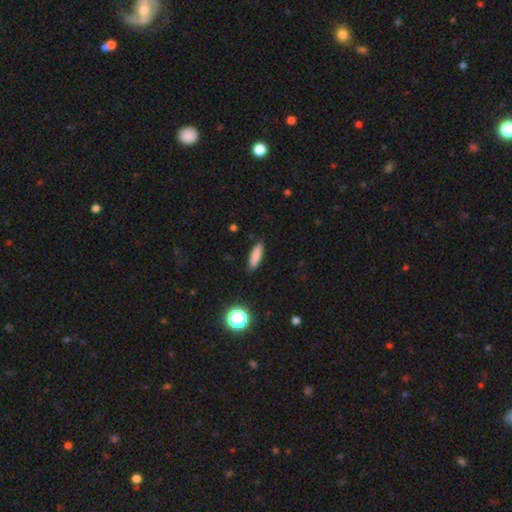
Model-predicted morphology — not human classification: This appears to be a smooth galaxy with no disk features (83%) that is cigar-shaped (58%). Merging: none (87%).